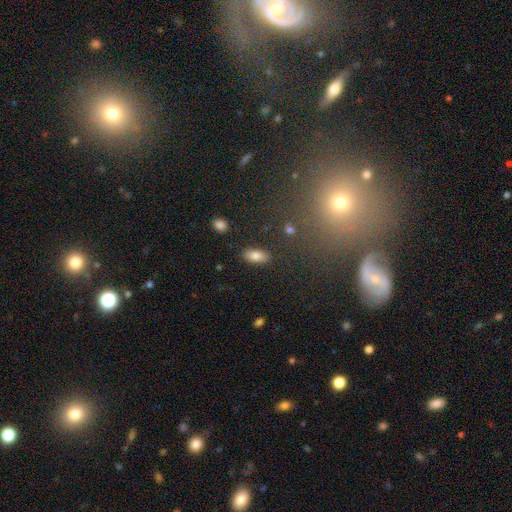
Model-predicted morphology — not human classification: Smooth or featured? Predicted: smooth (p=0.82). How rounded? Predicted: in between (p=0.89). Merging? Predicted: none (p=0.86).